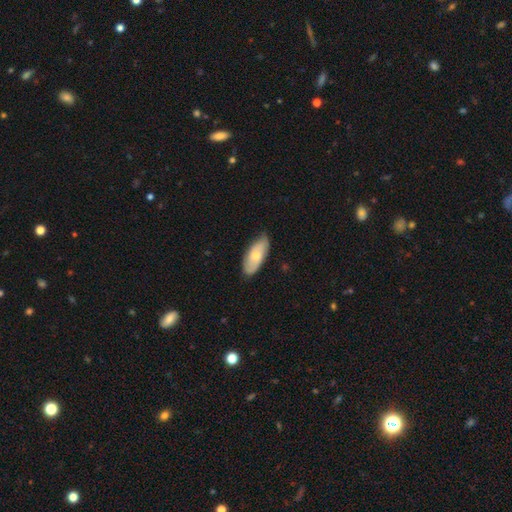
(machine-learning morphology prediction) The model was most divided on "smooth or featured": smooth: 67%, featured or disk: 28%, star or artifact: 5%. More confident: how rounded — in between (85%); merging — none (77%).